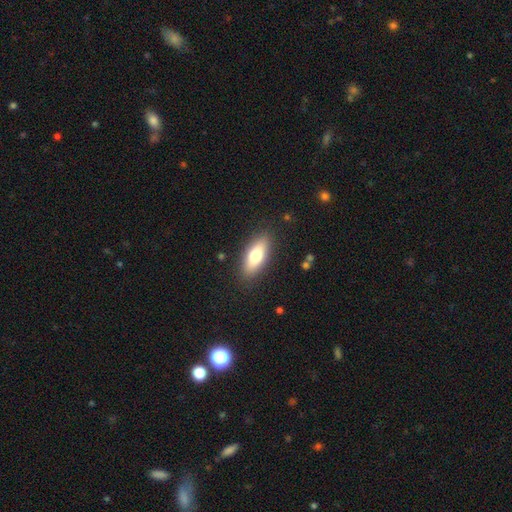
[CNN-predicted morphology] smooth 70%, featured or disk 23%, star or artifact 7%. Down the decision tree: how rounded — in between (74%); merging — none (87%).